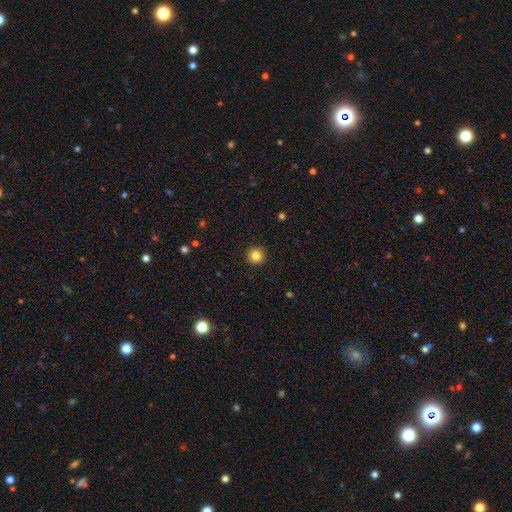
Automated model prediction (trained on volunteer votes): The model was most divided on "smooth or featured": smooth: 84%, star or artifact: 11%, featured or disk: 6%. More confident: how rounded — round (96%); merging — none (93%).